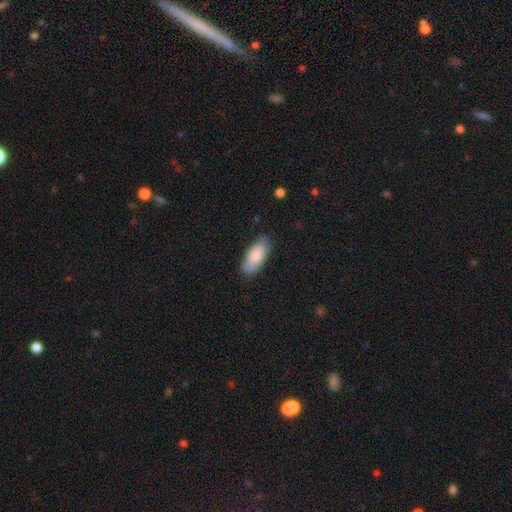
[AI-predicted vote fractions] Smooth or featured? Predicted: smooth (p=0.85). How rounded? Predicted: in between (p=0.86). Merging? Predicted: none (p=0.81).